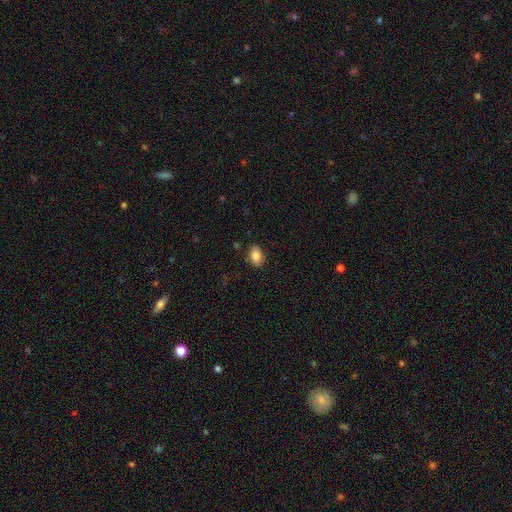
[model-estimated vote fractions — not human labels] smooth_or_featured: smooth (p=0.85) [alt: star or artifact p=0.08]
how_rounded: in between (p=0.86) [alt: round p=0.12]
merging: none (p=0.85) [alt: minor disturbance p=0.11]